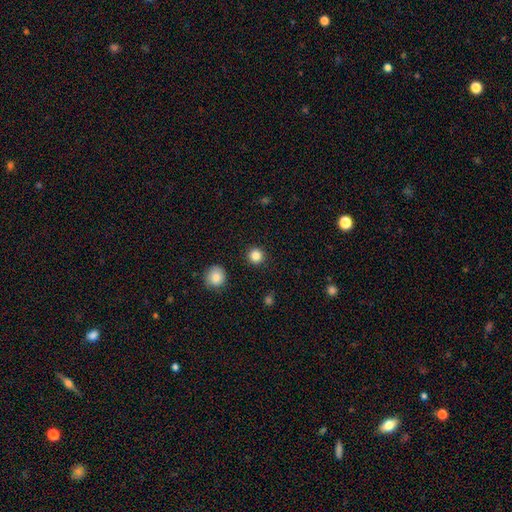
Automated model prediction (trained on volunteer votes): Overall: smooth (85%). How rounded: round (95%). Merging: none (92%).